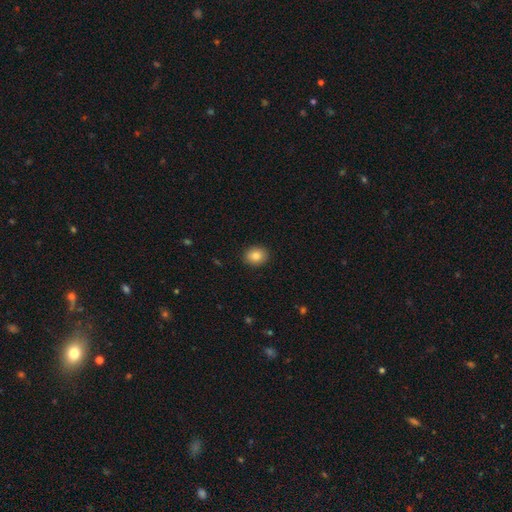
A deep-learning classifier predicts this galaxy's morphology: smooth_or_featured: smooth (p=0.84) [alt: star or artifact p=0.09]
how_rounded: round (p=0.62) [alt: in between p=0.37]
merging: none (p=0.91) [alt: minor disturbance p=0.07]